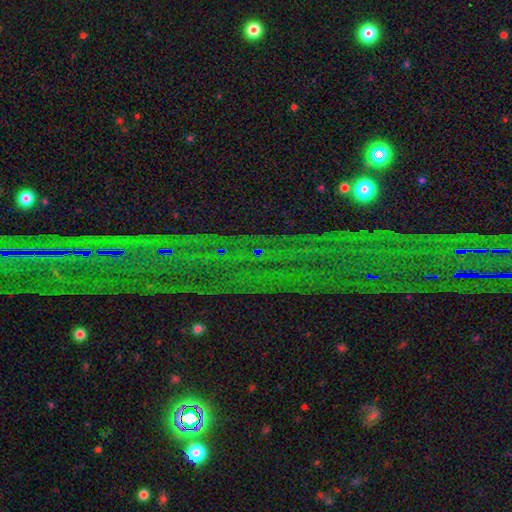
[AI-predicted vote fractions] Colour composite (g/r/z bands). It shows a star or artifact, not a galaxy (79%).